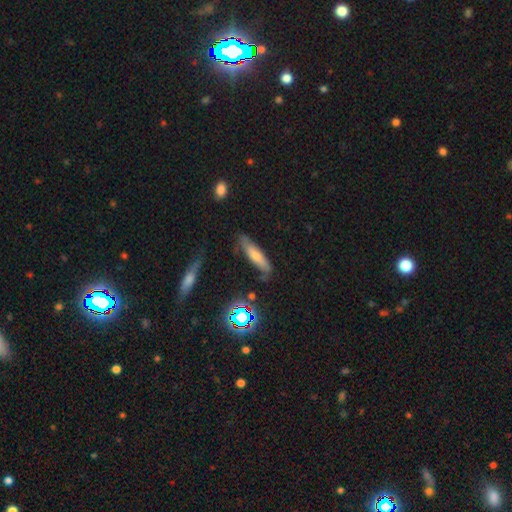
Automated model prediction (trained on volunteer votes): A smooth galaxy with no disk features (59%) that is cigar-shaped (72%). Merging: none (67%).